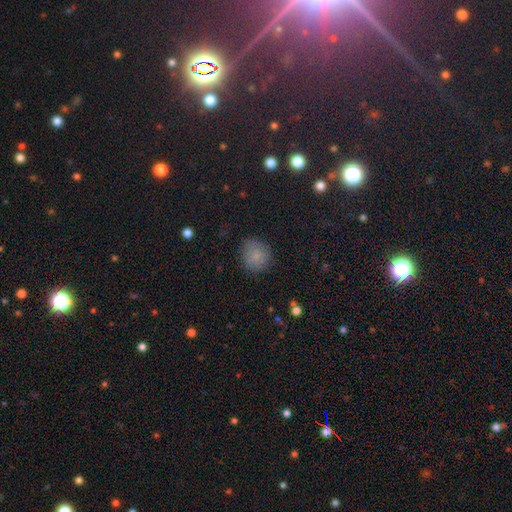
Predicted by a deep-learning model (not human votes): smooth_or_featured: smooth (p=0.80) [alt: star or artifact p=0.12]
how_rounded: round (p=0.82) [alt: in between p=0.17]
merging: none (p=0.79) [alt: minor disturbance p=0.16]